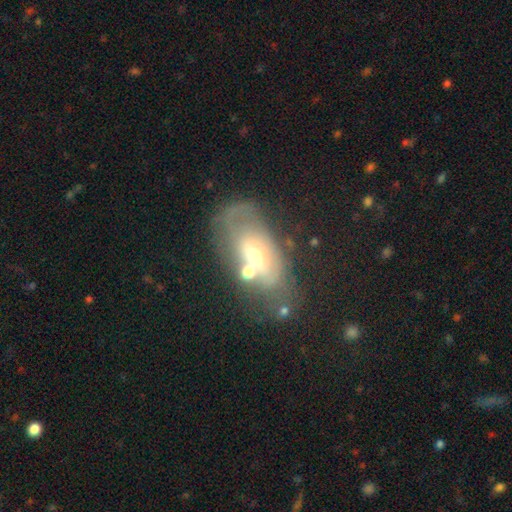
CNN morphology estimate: type=featured or disk (52%); edge-on=no (88%); merging=none (40%).